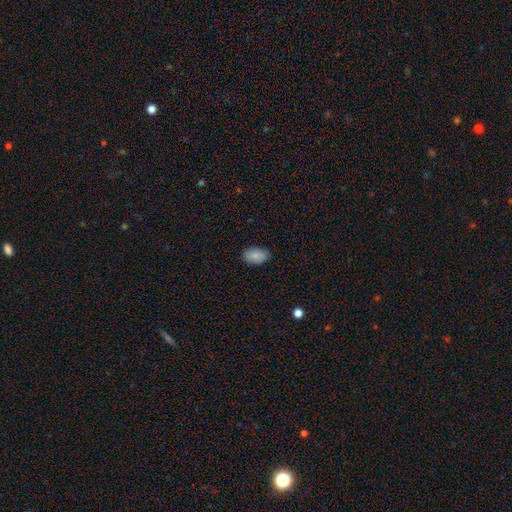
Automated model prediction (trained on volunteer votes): Morphology: type=smooth (84%); roundness=in between (92%); merging=none (83%).